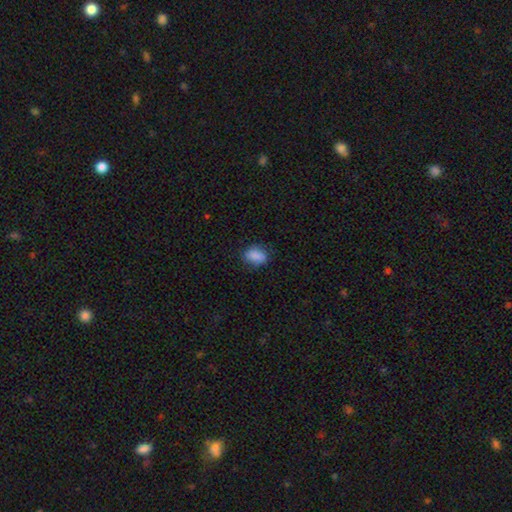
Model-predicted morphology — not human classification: This is clearly a smooth galaxy (87%). How rounded: clearly in between (83%). Merging: likely none (78%).